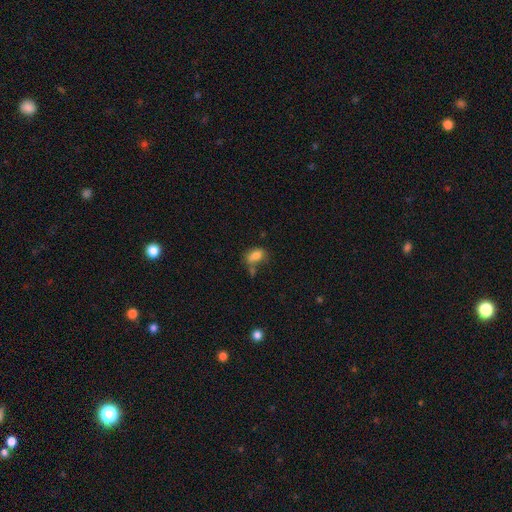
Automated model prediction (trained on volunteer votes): Smooth or featured? smooth (79%)
How rounded? in between (87%)
Merging? none (42%)